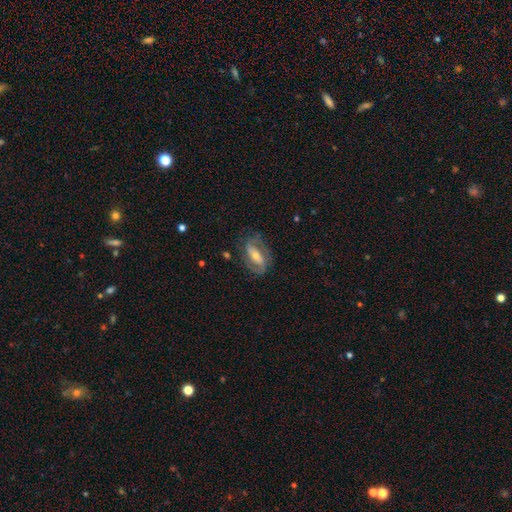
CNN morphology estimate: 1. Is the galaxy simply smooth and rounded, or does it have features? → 78% featured or disk, 15% smooth, 7% star or artifact.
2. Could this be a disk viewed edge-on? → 93% no, 7% yes.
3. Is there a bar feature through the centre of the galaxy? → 49% strong, 32% weak, 19% no.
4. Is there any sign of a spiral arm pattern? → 87% yes, 13% no.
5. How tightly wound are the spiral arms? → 46% medium, 34% tight, 21% loose.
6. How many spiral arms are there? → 84% 2, 9% can't tell, 3% 1, 2% 3, 1% 4, 1% more than 4.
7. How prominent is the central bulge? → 50% moderate, 44% small, 4% large, 2% none, 1% dominant.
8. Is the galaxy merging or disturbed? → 75% none, 16% minor disturbance, 8% major disturbance, 1% merger.